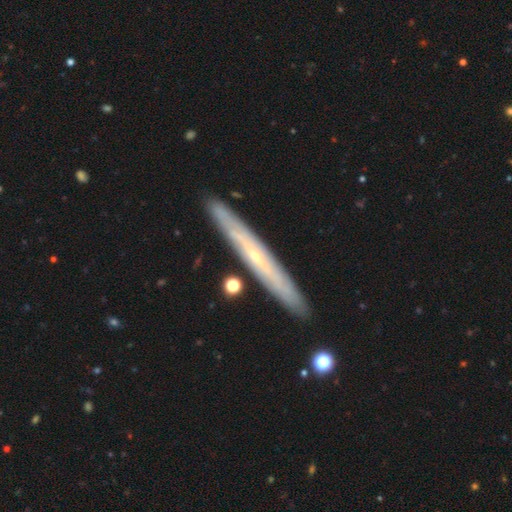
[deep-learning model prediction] Smooth or featured? Predicted: featured or disk (p=0.70). Edge-on disk? Predicted: yes (p=0.85). Edge-on bulge? Predicted: rounded (p=0.50). Merging? Predicted: none (p=0.89).